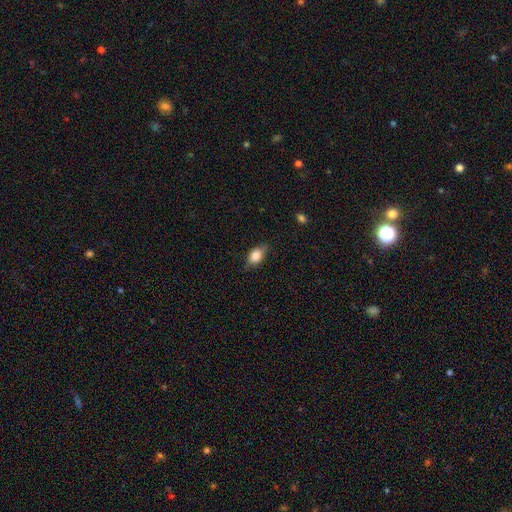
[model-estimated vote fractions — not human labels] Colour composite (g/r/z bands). It shows a smooth galaxy with no disk features (80%) that is in between round and cigar-shaped (81%). Merging: none (73%).